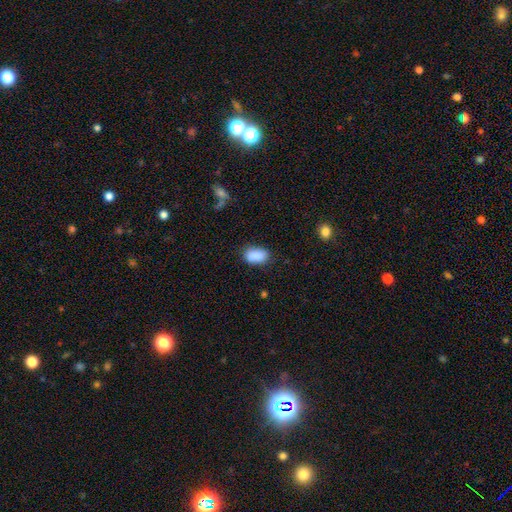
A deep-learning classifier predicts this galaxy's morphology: Smooth or featured? smooth (89%)
How rounded? in between (91%)
Merging? none (81%)